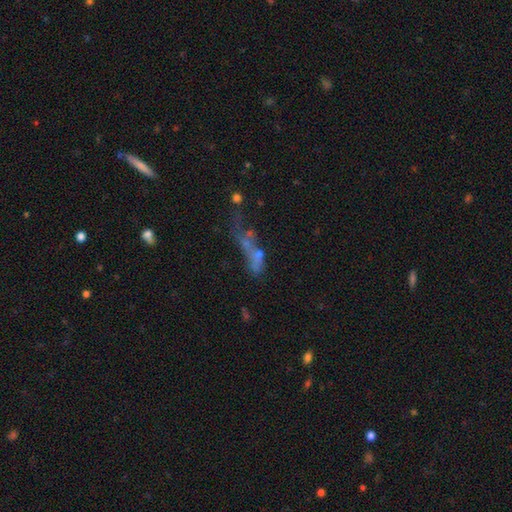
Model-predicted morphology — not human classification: smooth_or_featured: smooth (p=0.43) [alt: featured or disk p=0.37]
merging: merger (p=0.35) [alt: major disturbance p=0.34]